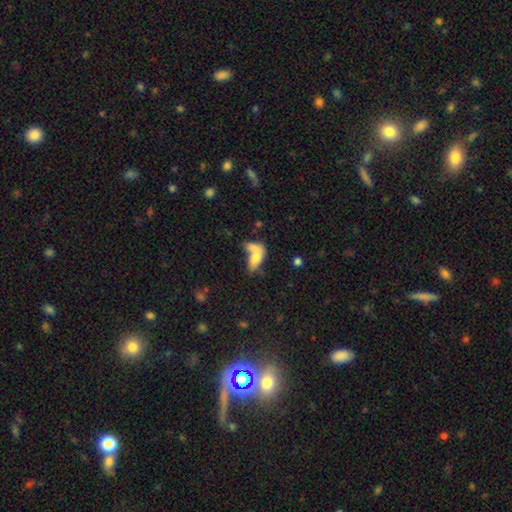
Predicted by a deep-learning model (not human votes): A smooth galaxy with no disk features (71%) that is in between round and cigar-shaped (83%).

Vote fractions:
- Smooth or featured? smooth: 71% / featured or disk: 20% / star or artifact: 9%
- How rounded? in between: 83% / cigar-shaped: 10% / round: 7%
- Merging? merger: 59% / none: 22% / minor disturbance: 10% / major disturbance: 9%